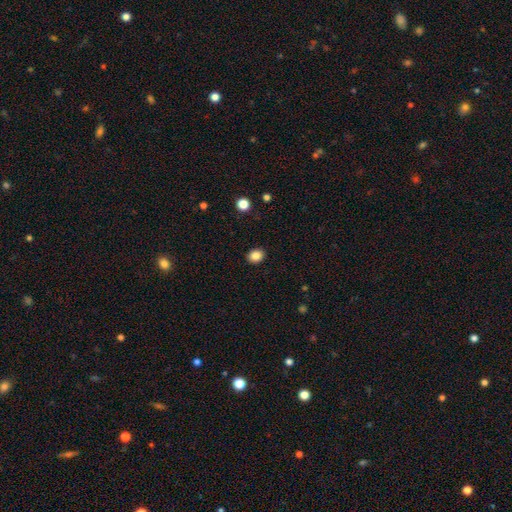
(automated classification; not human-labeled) smooth_or_featured: smooth (p=0.85) [alt: star or artifact p=0.10]
how_rounded: round (p=0.52) [alt: in between p=0.48]
merging: none (p=0.90) [alt: minor disturbance p=0.07]